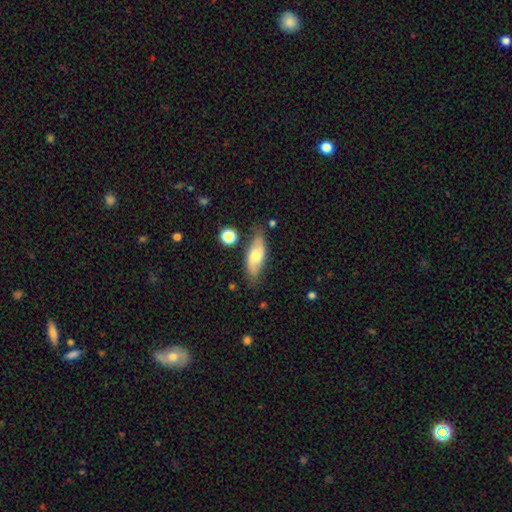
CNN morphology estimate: Smooth or featured?
  - smooth: 58% *
  - featured or disk: 35%
  - star or artifact: 7%
How rounded?
  - in between: 75% *
  - cigar-shaped: 22%
  - round: 3%
Merging?
  - none: 73% *
  - minor disturbance: 19%
  - major disturbance: 4%
  - merger: 4%